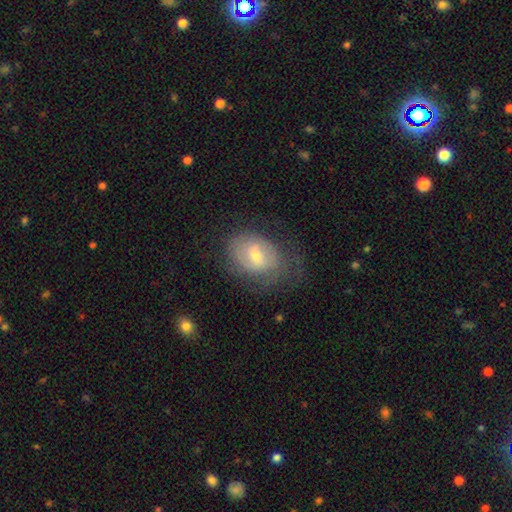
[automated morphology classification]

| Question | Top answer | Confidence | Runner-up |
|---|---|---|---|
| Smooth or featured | featured or disk | 51% | smooth (41%) |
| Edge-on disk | no | 95% | yes (5%) |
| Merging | none | 53% | minor disturbance (27%) |